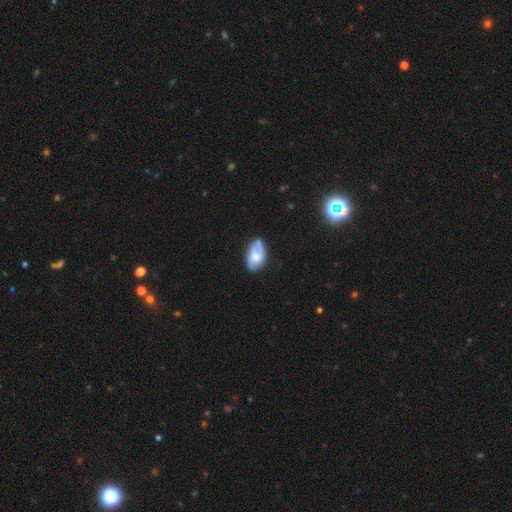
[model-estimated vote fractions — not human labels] A smooth galaxy with no disk features (54%) that is in between round and cigar-shaped (93%). Merging: none (54%).